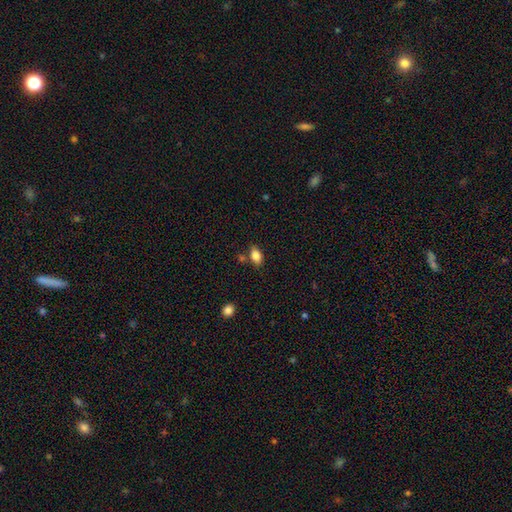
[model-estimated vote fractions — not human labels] This appears to be a smooth galaxy with no disk features (84%) that is in between round and cigar-shaped (85%). Merging: none (75%).